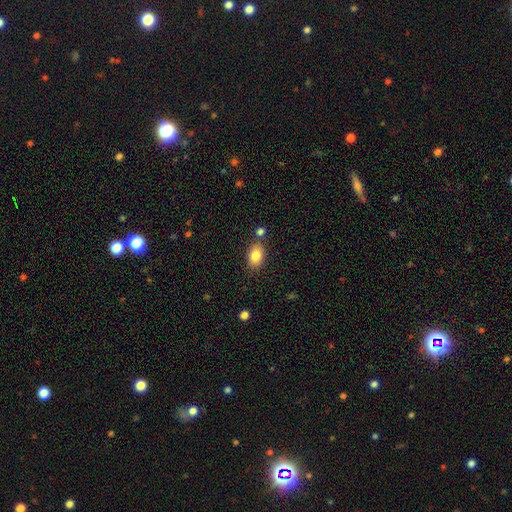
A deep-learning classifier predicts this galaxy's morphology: This is clearly a smooth galaxy (85%). How rounded: clearly in between (85%). Merging: likely none (77%).